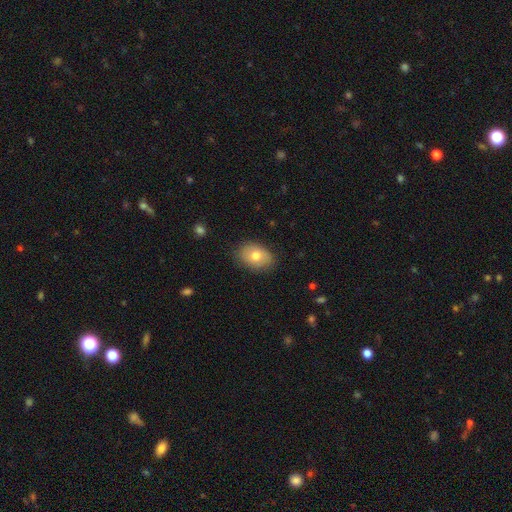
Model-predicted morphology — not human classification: A smooth galaxy with no disk features (75%) that is in between round and cigar-shaped (77%). Merging: none (82%).